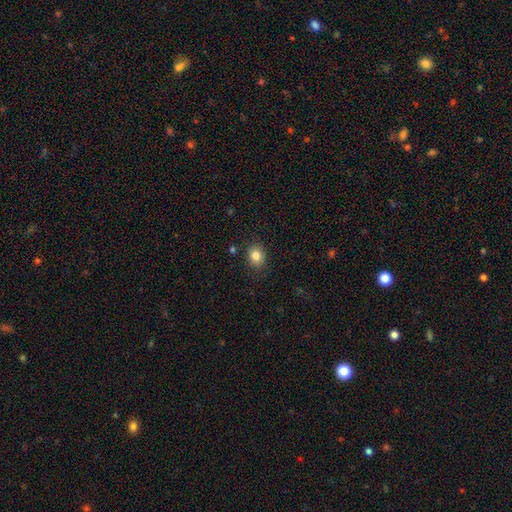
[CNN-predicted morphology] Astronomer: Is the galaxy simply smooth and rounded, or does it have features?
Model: smooth — 83%.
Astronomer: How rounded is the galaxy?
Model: round — 56% (runner-up: in between, 43%).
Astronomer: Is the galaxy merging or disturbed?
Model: none — 85%.